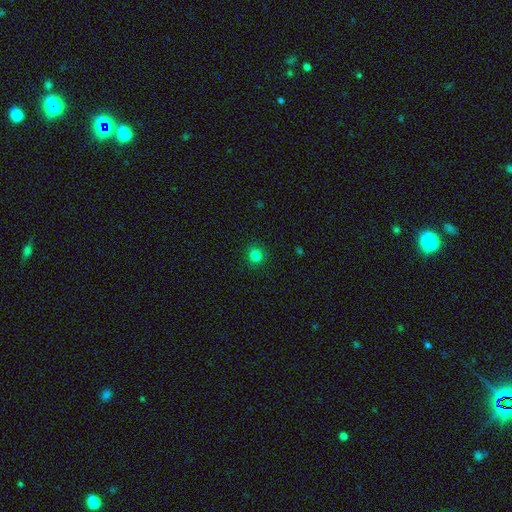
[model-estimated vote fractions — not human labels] smooth_or_featured: smooth (p=0.82) [alt: star or artifact p=0.14]
how_rounded: round (p=0.88) [alt: in between p=0.11]
merging: none (p=0.91) [alt: minor disturbance p=0.06]